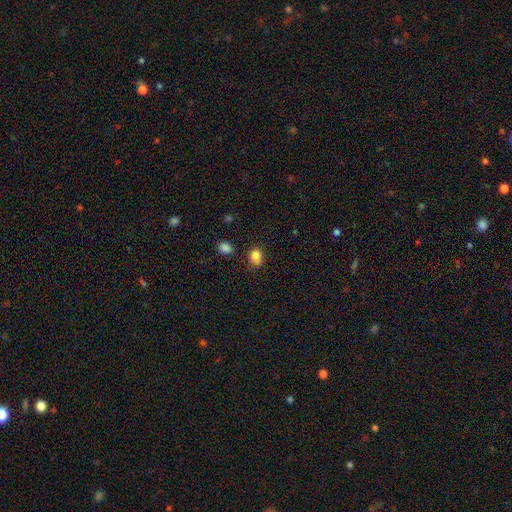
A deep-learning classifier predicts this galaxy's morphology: type=smooth (83%); roundness=round (54%); merging=none (69%).